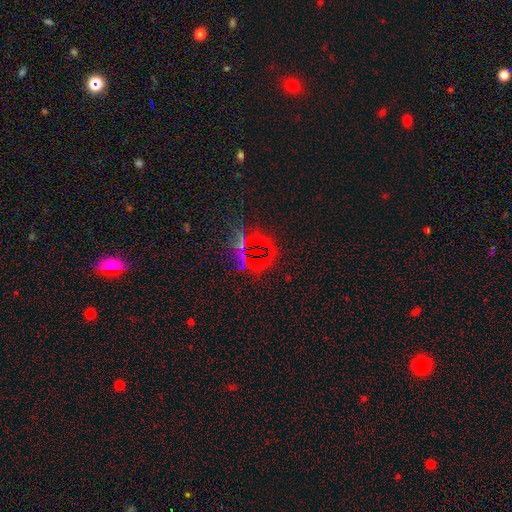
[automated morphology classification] Smooth or featured? Predicted: star or artifact (p=0.74).